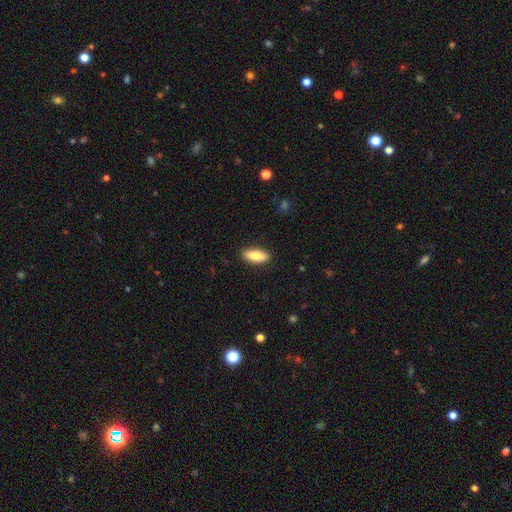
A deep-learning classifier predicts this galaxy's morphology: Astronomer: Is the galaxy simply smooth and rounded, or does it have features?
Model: smooth — 82%.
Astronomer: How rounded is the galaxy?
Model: in between — 74%.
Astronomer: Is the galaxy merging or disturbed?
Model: none — 89%.